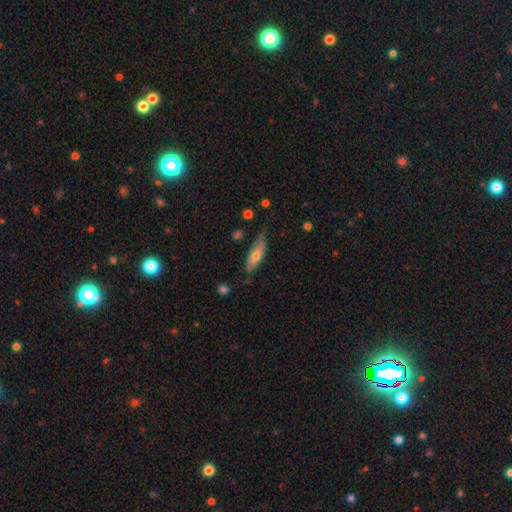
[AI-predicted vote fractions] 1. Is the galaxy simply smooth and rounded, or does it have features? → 61% smooth, 33% featured or disk, 6% star or artifact.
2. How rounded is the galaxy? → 52% cigar-shaped, 46% in between, 2% round.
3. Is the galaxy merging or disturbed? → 57% none, 32% minor disturbance, 8% major disturbance, 3% merger.